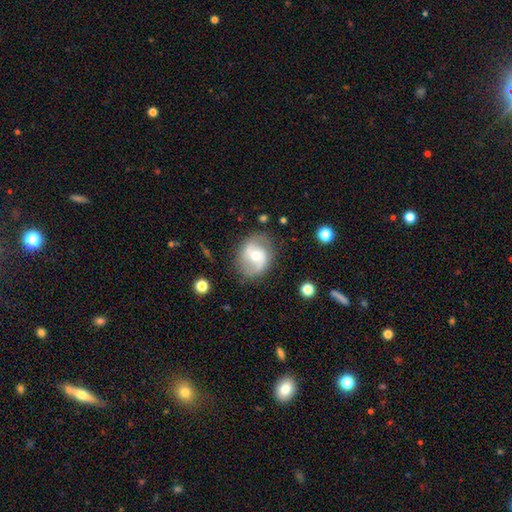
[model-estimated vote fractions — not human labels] Smooth or featured: featured or disk — 69% (smooth — 24%)
Edge-on disk: no — 97% (yes — 3%)
Bar: no — 44% (weak — 38%)
Spiral arms: yes — 84% (no — 16%)
Spiral winding: loose — 44% (medium — 41%)
Spiral arm count: 2 — 86% (can't tell — 7%)
Bulge size: moderate — 58% (small — 37%)
Merging: none — 76% (minor disturbance — 16%)